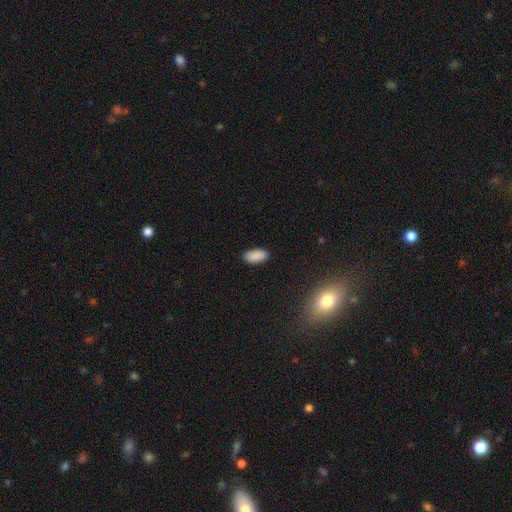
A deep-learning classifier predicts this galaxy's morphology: Overall: smooth (89%). How rounded: in between (92%). Merging: none (89%).